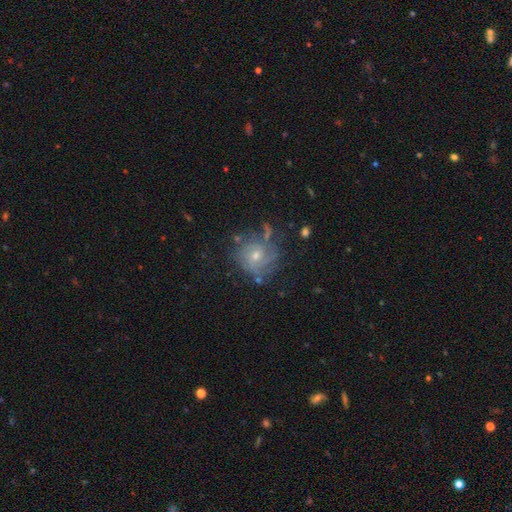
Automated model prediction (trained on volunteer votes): featured or disk 72%, smooth 16%, star or artifact 12%. Down the decision tree: edge-on disk — no (97%); bar — no (72%); spiral arms — yes (88%); spiral arm count — can't tell (44%); spiral winding — tight (59%); bulge size — small (50%); merging — none (62%).